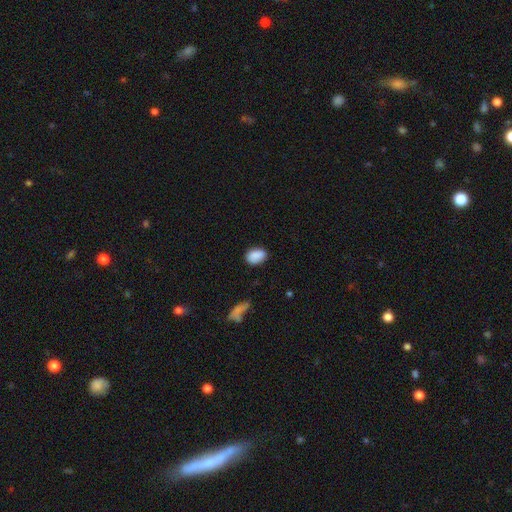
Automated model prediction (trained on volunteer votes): Smooth or featured?
  - smooth: 88% *
  - star or artifact: 8%
  - featured or disk: 4%
How rounded?
  - in between: 84% *
  - round: 15%
  - cigar-shaped: 1%
Merging?
  - none: 79% *
  - minor disturbance: 16%
  - major disturbance: 3%
  - merger: 2%